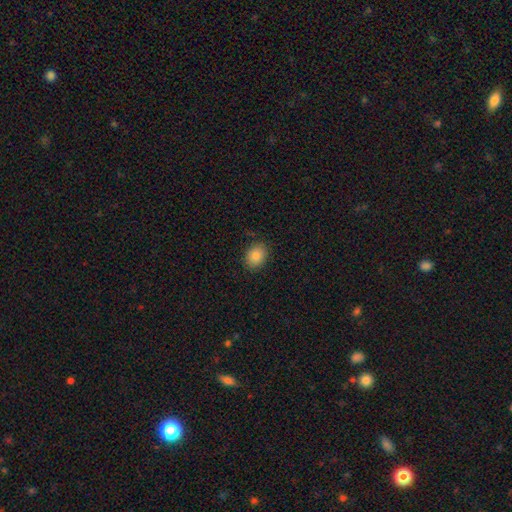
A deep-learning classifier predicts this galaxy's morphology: Smooth or featured? Predicted: smooth (p=0.84). How rounded? Predicted: in between (p=0.63). Merging? Predicted: none (p=0.87).